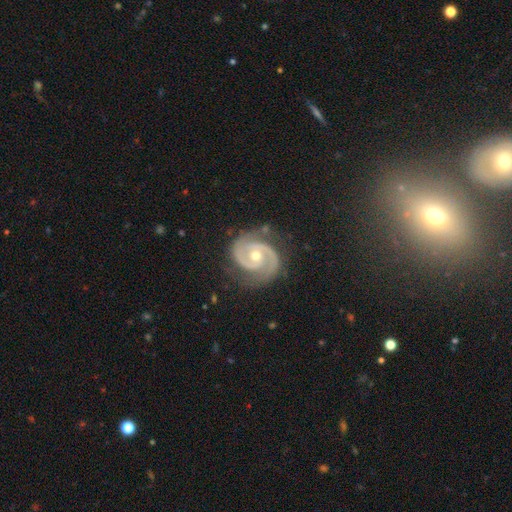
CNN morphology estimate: Q: Smooth or featured?
A: featured or disk (93%); runner-up: star or artifact (4%)
Q: Edge-on disk?
A: no (98%); runner-up: yes (2%)
Q: Bar?
A: no (62%); runner-up: weak (29%)
Q: Spiral arms?
A: yes (98%); runner-up: no (2%)
Q: Spiral winding?
A: tight (48%); runner-up: medium (45%)
Q: Spiral arm count?
A: 2 (93%); runner-up: 3 (2%)
Q: Bulge size?
A: moderate (61%); runner-up: small (36%)
Q: Merging?
A: none (79%); runner-up: minor disturbance (15%)